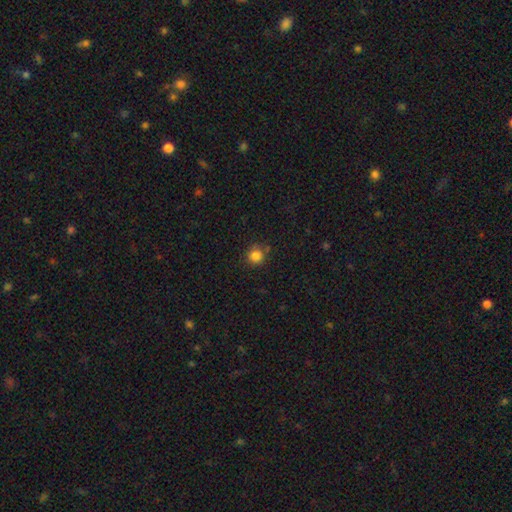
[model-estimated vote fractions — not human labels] The model was most divided on "merging": none: 82%, minor disturbance: 11%, merger: 4%, major disturbance: 3%. More confident: how rounded — round (93%); smooth or featured — smooth (84%).